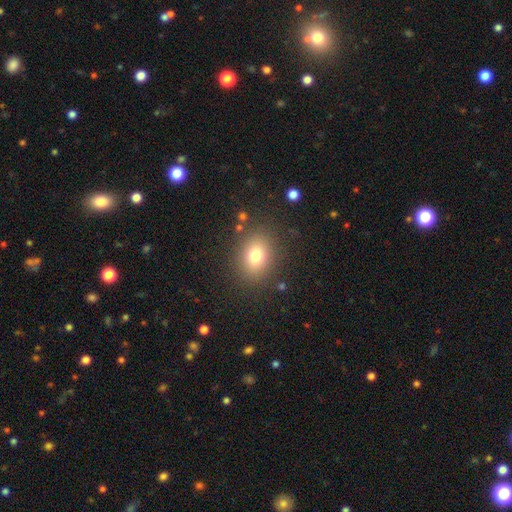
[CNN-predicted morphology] smooth 77%, star or artifact 13%, featured or disk 10%. Down the decision tree: how rounded — in between (53%); merging — none (85%).